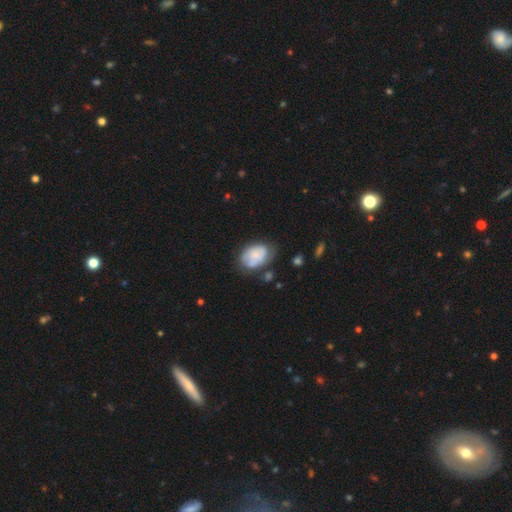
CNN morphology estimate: Q: Smooth or featured?
A: smooth (59%); runner-up: featured or disk (34%)
Q: How rounded?
A: in between (79%); runner-up: round (19%)
Q: Merging?
A: none (49%); runner-up: minor disturbance (31%)